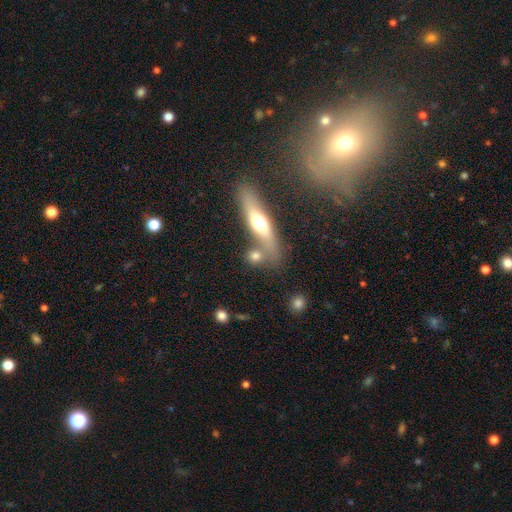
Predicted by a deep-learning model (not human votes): smooth_or_featured: smooth (p=0.65) [alt: featured or disk p=0.25]
how_rounded: round (p=0.43) [alt: in between p=0.36]
merging: none (p=0.54) [alt: merger p=0.29]